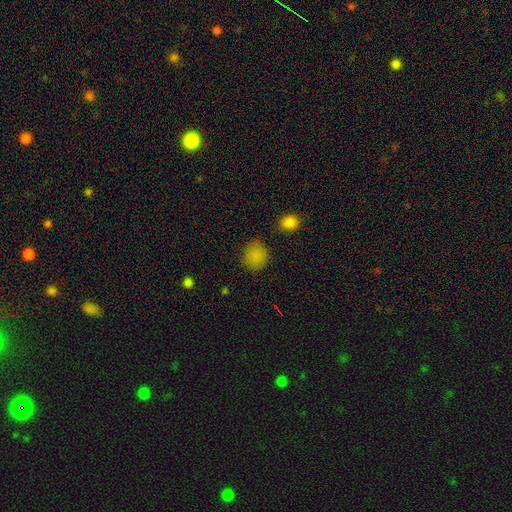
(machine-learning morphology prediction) The model was most divided on "how rounded": round: 77%, in between: 22%, cigar-shaped: 1%. More confident: smooth or featured — smooth (84%); merging — none (80%).